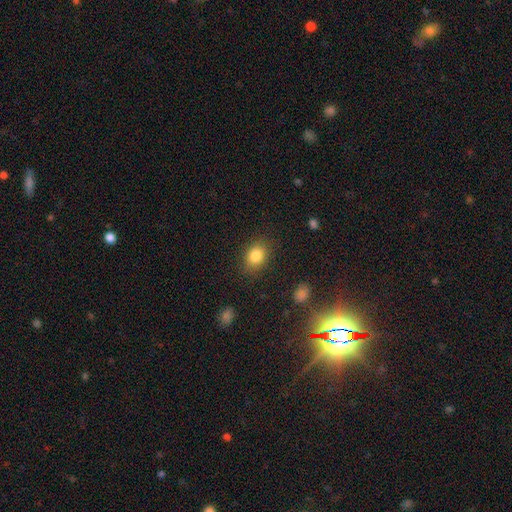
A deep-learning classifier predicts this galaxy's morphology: type=smooth (84%); roundness=in between (63%); merging=none (85%).